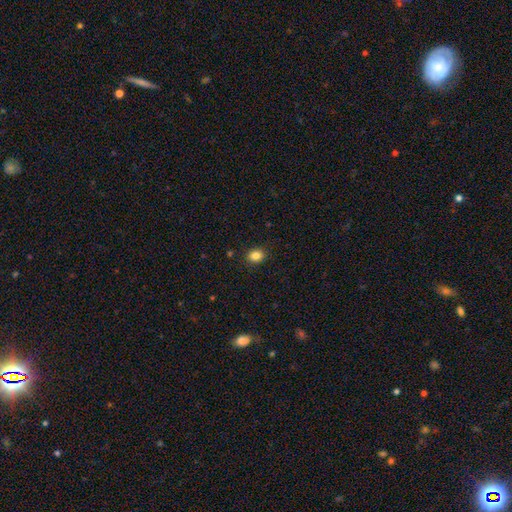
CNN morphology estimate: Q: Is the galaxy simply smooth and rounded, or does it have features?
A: smooth — 85%.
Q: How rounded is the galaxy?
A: in between — 51%.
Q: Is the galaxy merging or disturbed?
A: none — 89%.